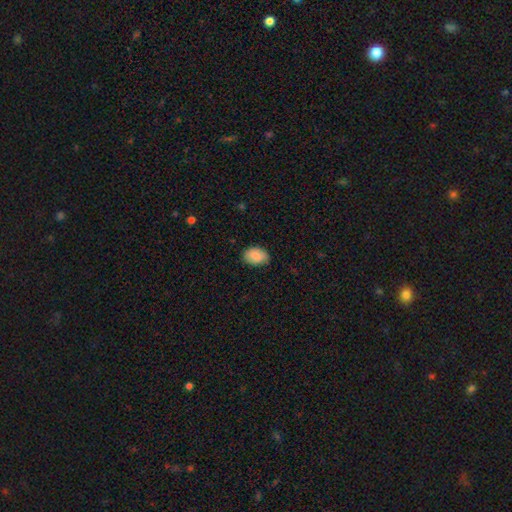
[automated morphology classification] Smooth or featured: smooth — 84% (featured or disk — 9%)
How rounded: in between — 83% (round — 16%)
Merging: none — 80% (minor disturbance — 16%)